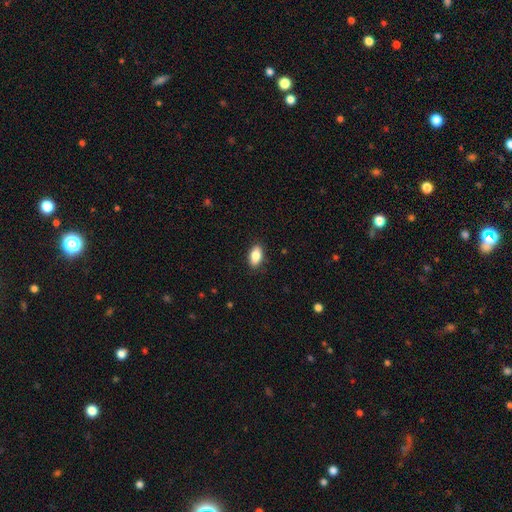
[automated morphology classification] smooth_or_featured: smooth (p=0.84) [alt: featured or disk p=0.09]
how_rounded: in between (p=0.89) [alt: cigar-shaped p=0.06]
merging: none (p=0.88) [alt: minor disturbance p=0.09]